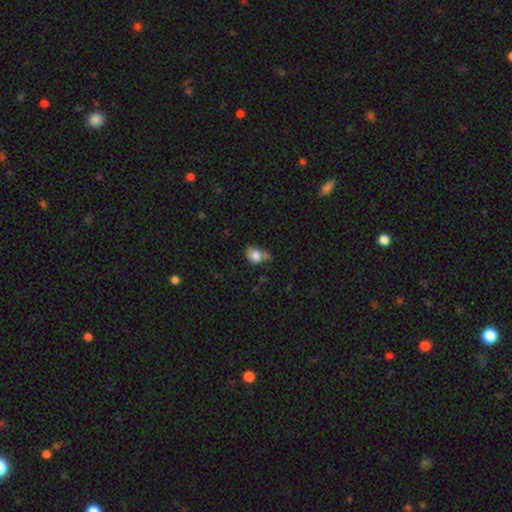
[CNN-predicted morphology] Smooth or featured? smooth (80%)
How rounded? in between (55%)
Merging? none (38%)